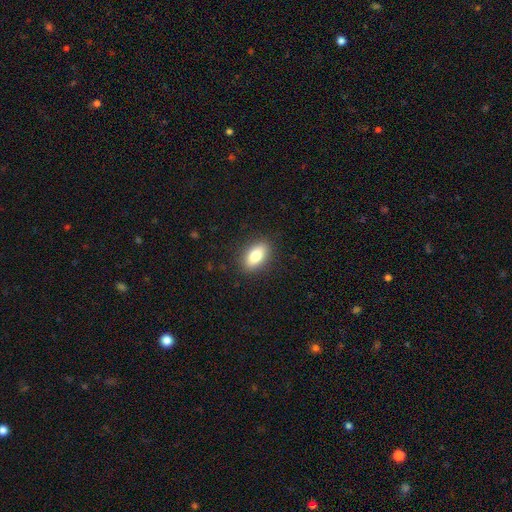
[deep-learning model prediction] The model was most divided on "smooth or featured": smooth: 81%, featured or disk: 12%, star or artifact: 7%. More confident: merging — none (88%); how rounded — in between (86%).